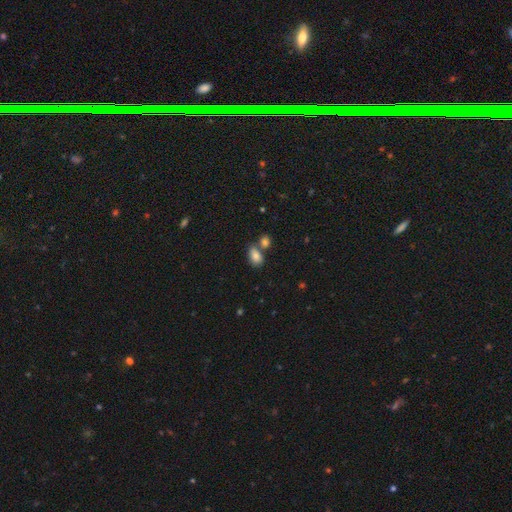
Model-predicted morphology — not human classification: The model was most divided on "merging": none: 48%, merger: 36%, minor disturbance: 12%, major disturbance: 4%. More confident: how rounded — in between (88%); smooth or featured — smooth (83%).